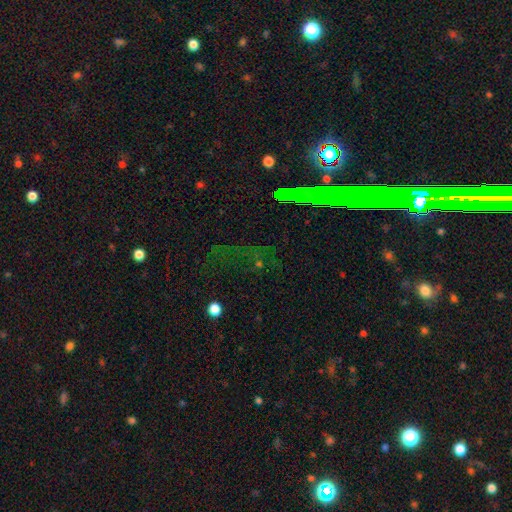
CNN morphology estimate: Smooth or featured? Predicted: star or artifact (p=0.60).